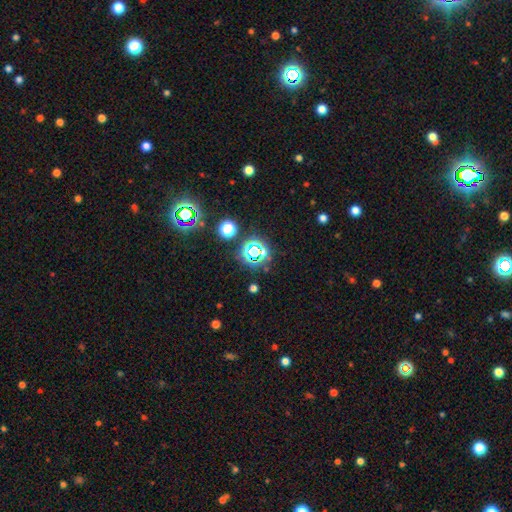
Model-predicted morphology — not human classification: A star or artifact, not a galaxy (71%).

Vote fractions:
- Smooth or featured? star or artifact: 71% / smooth: 20% / featured or disk: 9%